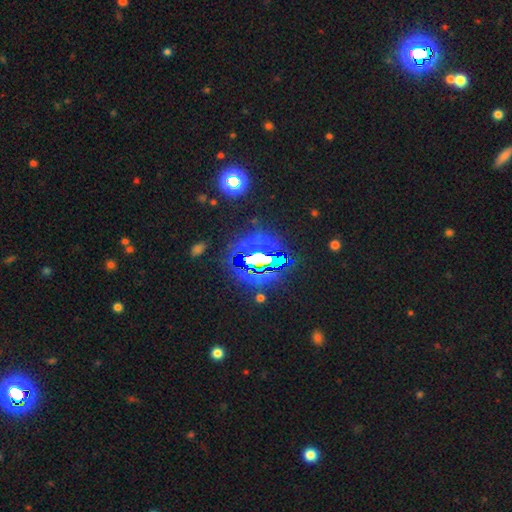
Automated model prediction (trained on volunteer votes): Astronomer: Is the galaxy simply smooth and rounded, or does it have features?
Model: star or artifact — 77%.